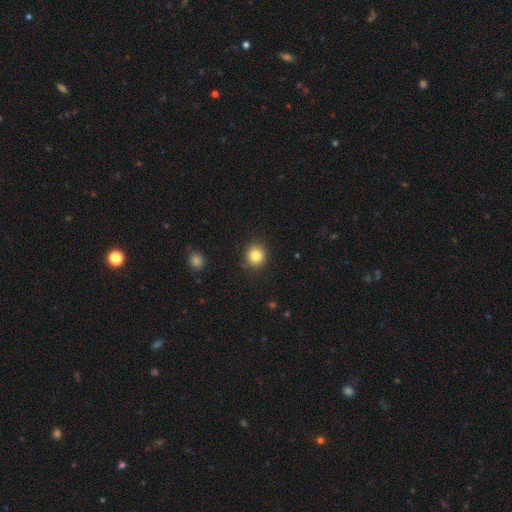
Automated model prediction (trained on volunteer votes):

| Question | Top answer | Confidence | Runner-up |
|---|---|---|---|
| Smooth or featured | smooth | 83% | star or artifact (11%) |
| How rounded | round | 86% | in between (13%) |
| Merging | none | 89% | minor disturbance (8%) |